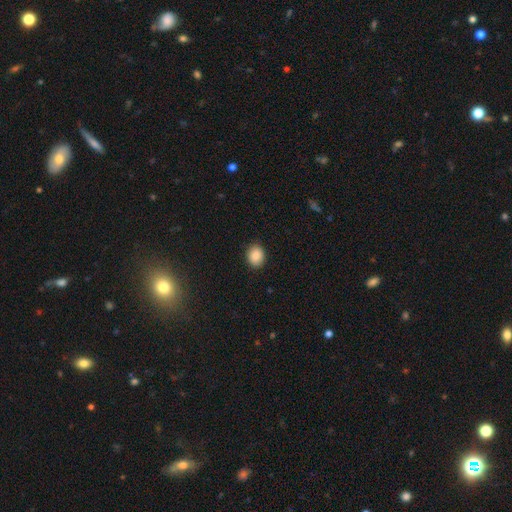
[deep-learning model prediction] Morphology: type=smooth (87%); roundness=round (54%); merging=none (89%).